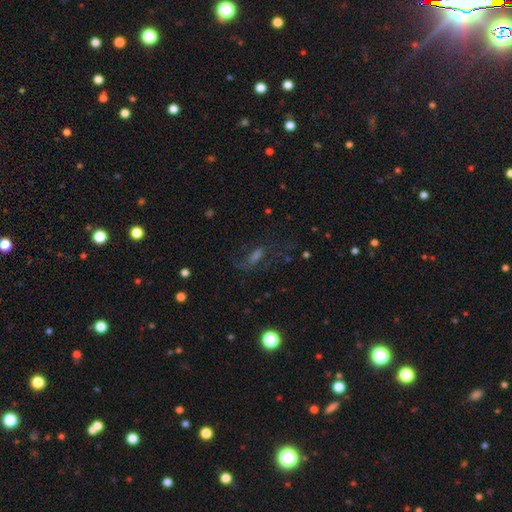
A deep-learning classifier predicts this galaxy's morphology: Smooth or featured?
  - featured or disk: 37% *
  - smooth: 33%
  - star or artifact: 31%
Merging?
  - none: 57% *
  - major disturbance: 23%
  - minor disturbance: 17%
  - merger: 3%